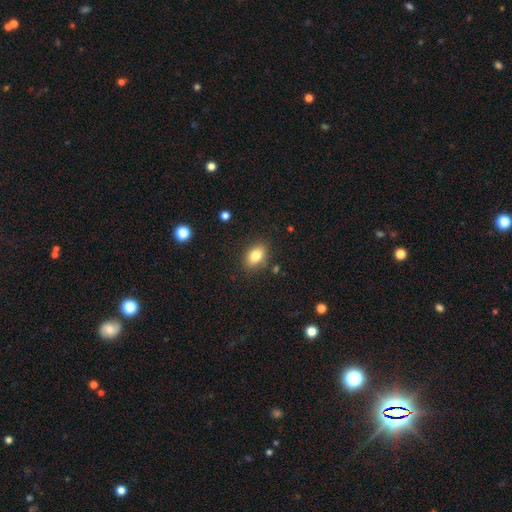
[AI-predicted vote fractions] A smooth galaxy with no disk features (81%) that is in between round and cigar-shaped (79%). Merging: none (85%).